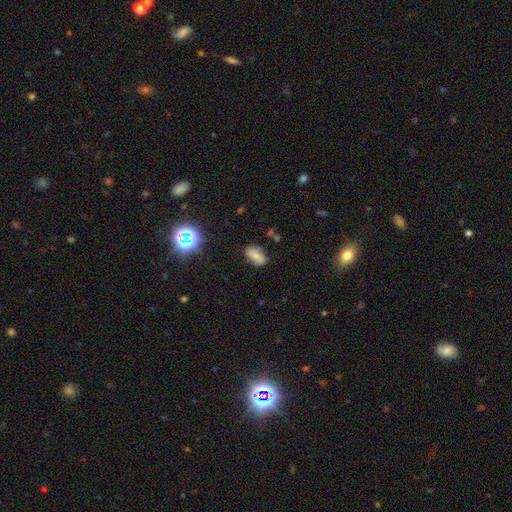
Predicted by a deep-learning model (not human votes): Q: Smooth or featured?
A: smooth (54%); runner-up: featured or disk (31%)
Q: How rounded?
A: in between (85%); runner-up: round (10%)
Q: Merging?
A: none (76%); runner-up: minor disturbance (16%)